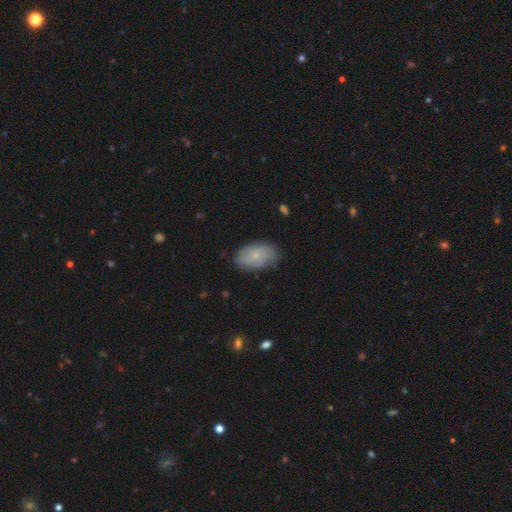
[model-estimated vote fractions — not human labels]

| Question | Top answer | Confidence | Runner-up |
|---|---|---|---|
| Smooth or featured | smooth | 75% | featured or disk (19%) |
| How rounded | in between | 92% | round (6%) |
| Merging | none | 80% | minor disturbance (15%) |